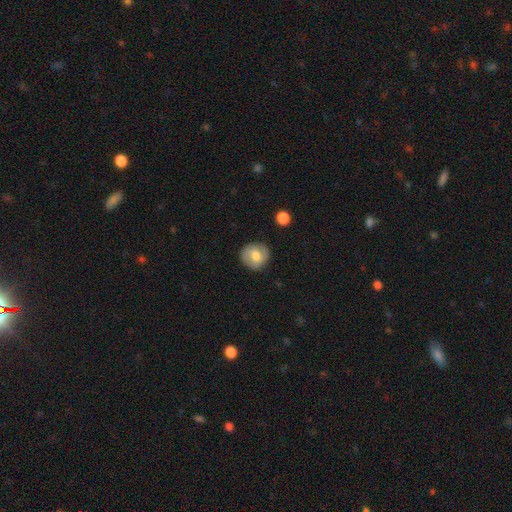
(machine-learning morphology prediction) The model was most divided on "smooth or featured": smooth: 65%, featured or disk: 28%, star or artifact: 7%. More confident: how rounded — round (88%); merging — none (86%).